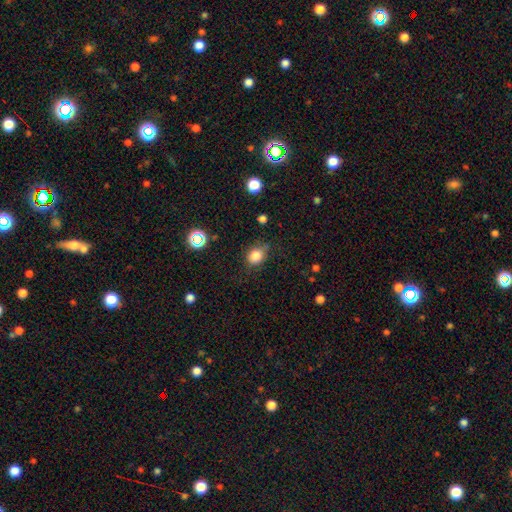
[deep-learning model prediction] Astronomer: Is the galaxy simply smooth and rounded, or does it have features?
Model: smooth — 81%.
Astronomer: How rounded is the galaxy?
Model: round — 60% (runner-up: in between, 39%).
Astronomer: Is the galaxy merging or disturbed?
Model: none — 66%.